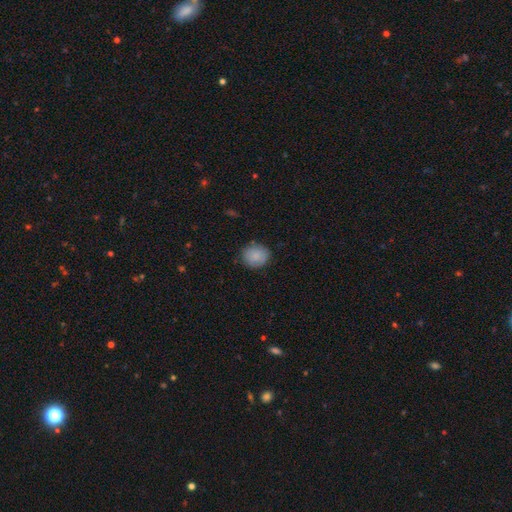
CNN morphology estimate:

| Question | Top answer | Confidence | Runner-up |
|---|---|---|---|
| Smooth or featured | smooth | 86% | featured or disk (7%) |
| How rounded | round | 75% | in between (24%) |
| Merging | none | 82% | minor disturbance (14%) |